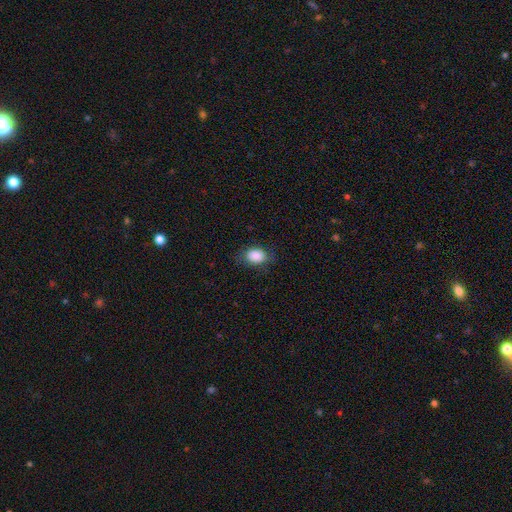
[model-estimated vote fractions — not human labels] This is clearly a smooth galaxy (87%). How rounded: likely in between (74%). Merging: likely none (76%).